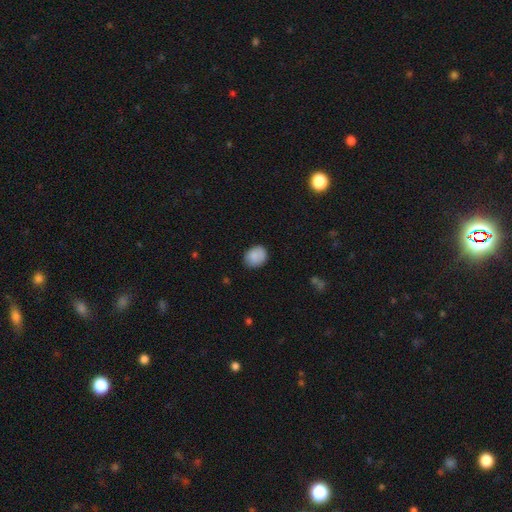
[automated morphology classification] Q: Smooth or featured?
A: smooth (87%); runner-up: star or artifact (7%)
Q: How rounded?
A: round (55%); runner-up: in between (44%)
Q: Merging?
A: none (81%); runner-up: minor disturbance (15%)